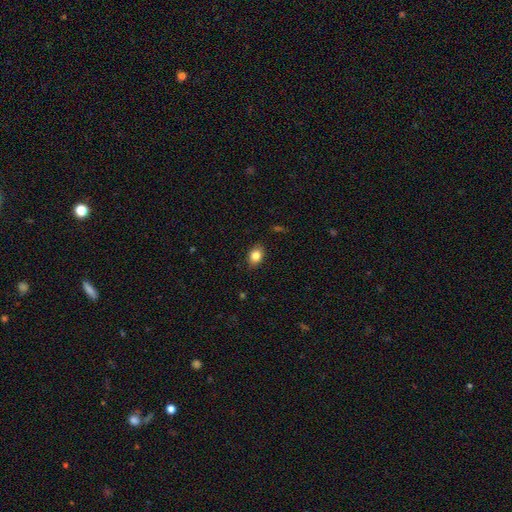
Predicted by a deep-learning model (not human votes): This appears to be a smooth galaxy with no disk features (83%) that is in between round and cigar-shaped (67%). Merging: none (86%).